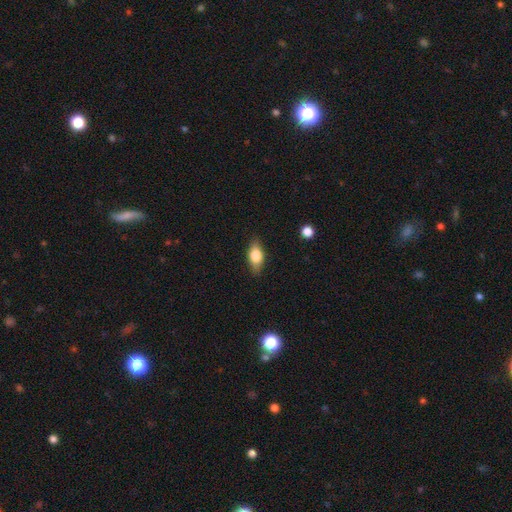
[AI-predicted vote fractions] Smooth or featured? smooth (72%)
How rounded? in between (83%)
Merging? none (85%)